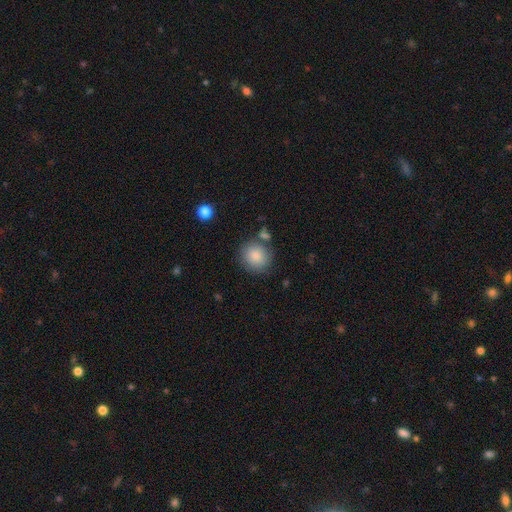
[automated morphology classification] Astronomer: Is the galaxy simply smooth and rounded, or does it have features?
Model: smooth — 86%.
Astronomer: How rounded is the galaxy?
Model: round — 86%.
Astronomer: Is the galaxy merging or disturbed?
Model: none — 76%.